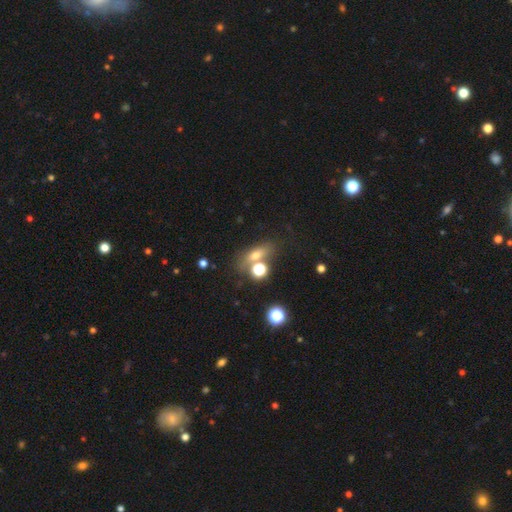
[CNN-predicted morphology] Overall: smooth (61%). How rounded: in between (56%; round 25%). Merging: none (59%; merger 21%).